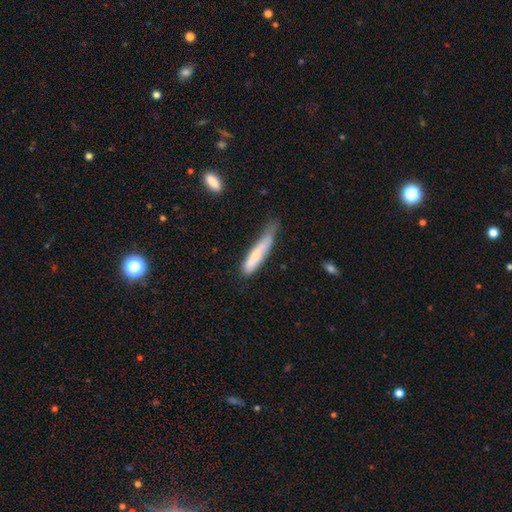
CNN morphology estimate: smooth_or_featured: smooth (p=0.68) [alt: featured or disk p=0.27]
how_rounded: cigar-shaped (p=0.88) [alt: in between p=0.11]
merging: minor disturbance (p=0.42) [alt: none p=0.37]